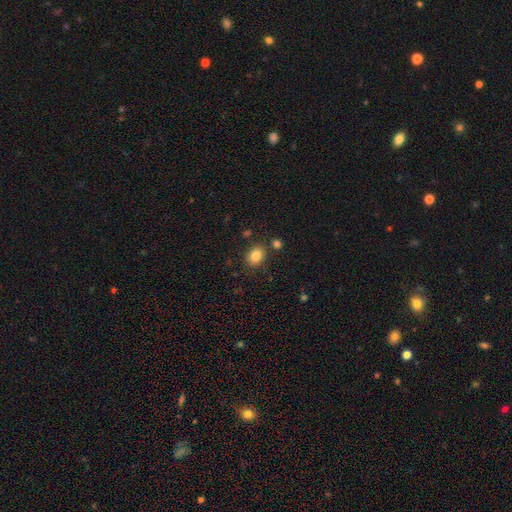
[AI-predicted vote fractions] A smooth galaxy with no disk features (84%) that is in between round and cigar-shaped (67%). Merging: none (80%).